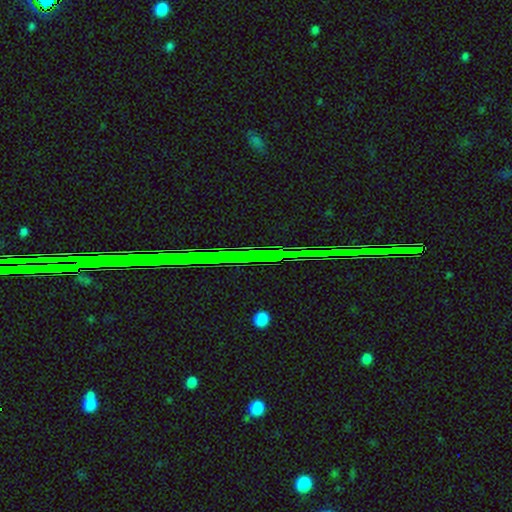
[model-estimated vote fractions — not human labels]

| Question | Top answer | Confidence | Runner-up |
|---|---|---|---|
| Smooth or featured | star or artifact | 80% | featured or disk (13%) |